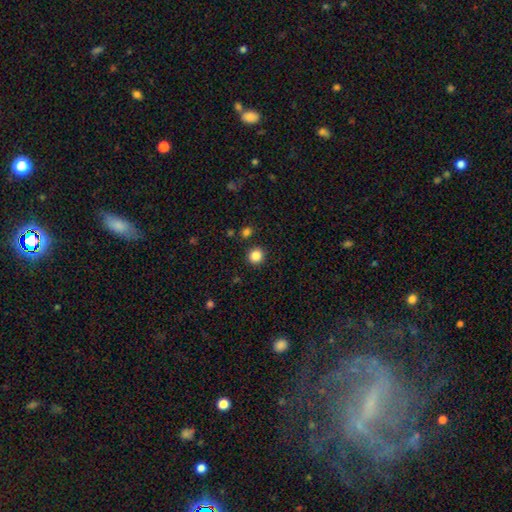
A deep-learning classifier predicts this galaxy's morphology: Q: Smooth or featured?
A: smooth (86%); runner-up: star or artifact (11%)
Q: How rounded?
A: round (92%); runner-up: in between (7%)
Q: Merging?
A: none (90%); runner-up: minor disturbance (5%)